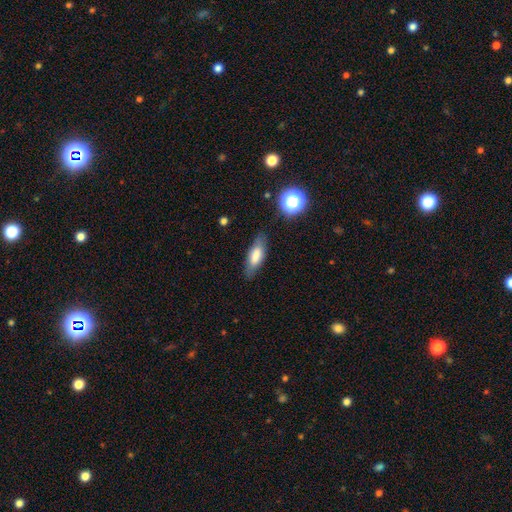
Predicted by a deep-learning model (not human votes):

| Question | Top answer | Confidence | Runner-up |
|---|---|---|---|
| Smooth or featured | smooth | 71% | featured or disk (20%) |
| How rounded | in between | 62% | cigar-shaped (35%) |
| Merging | none | 78% | minor disturbance (16%) |